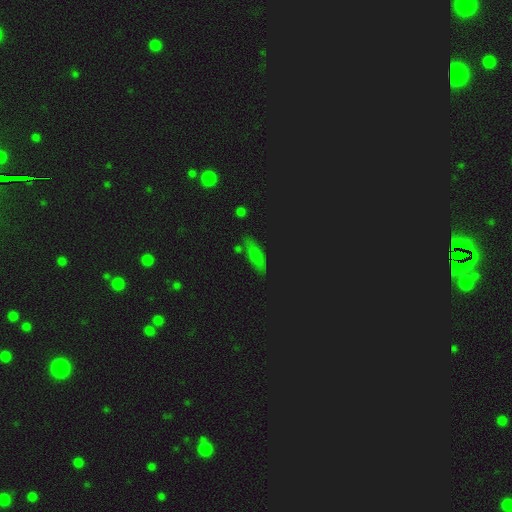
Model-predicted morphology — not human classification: smooth_or_featured: smooth (p=0.51) [alt: star or artifact p=0.34]
how_rounded: in between (p=0.65) [alt: cigar-shaped p=0.26]
merging: none (p=0.73) [alt: minor disturbance p=0.18]